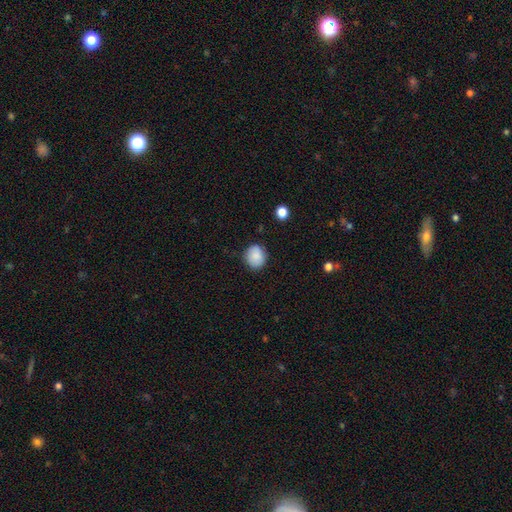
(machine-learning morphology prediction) The model was most divided on "how rounded": round: 76%, in between: 23%, cigar-shaped: 1%. More confident: smooth or featured — smooth (86%); merging — none (83%).